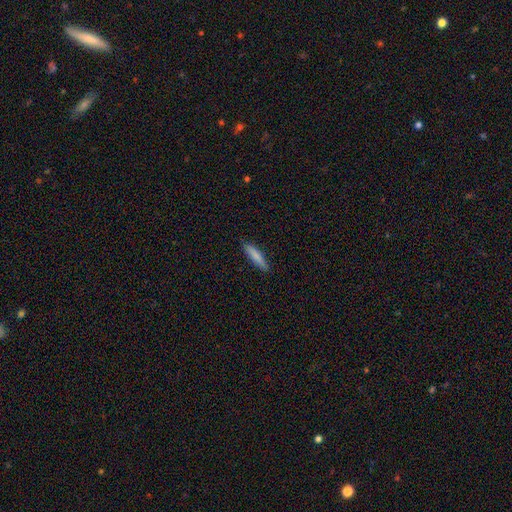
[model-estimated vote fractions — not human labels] Smooth or featured? smooth (82%)
How rounded? cigar-shaped (81%)
Merging? none (87%)